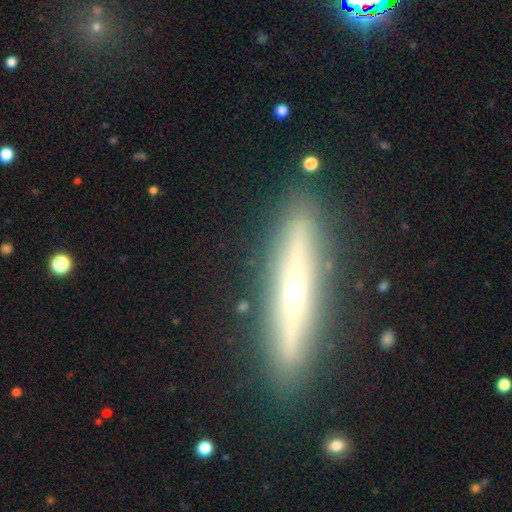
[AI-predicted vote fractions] This appears to be a featured or disk galaxy (66%) viewed edge-on (87%) with a rounded central bulge (75%). Merging: none (88%).